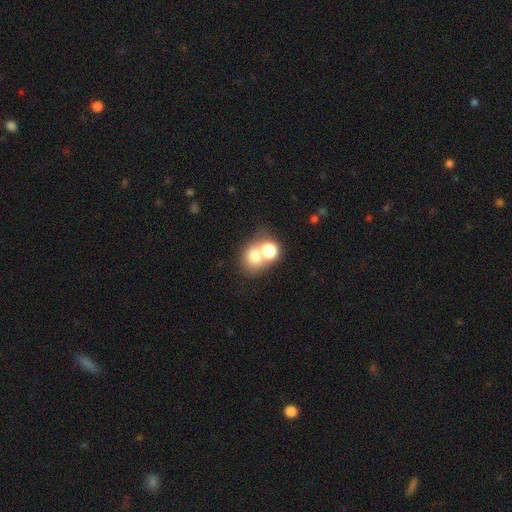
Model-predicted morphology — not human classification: smooth 70%, featured or disk 19%, star or artifact 11%. Down the decision tree: how rounded — round (66%); merging — merger (67%).